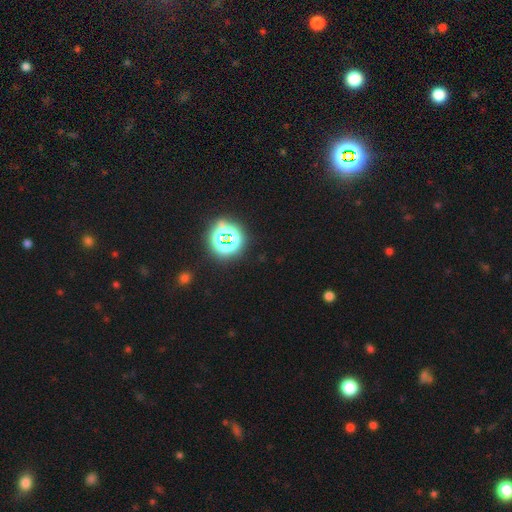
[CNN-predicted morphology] smooth-or-featured: star or artifact: 75% | smooth: 18% | featured or disk: 6%